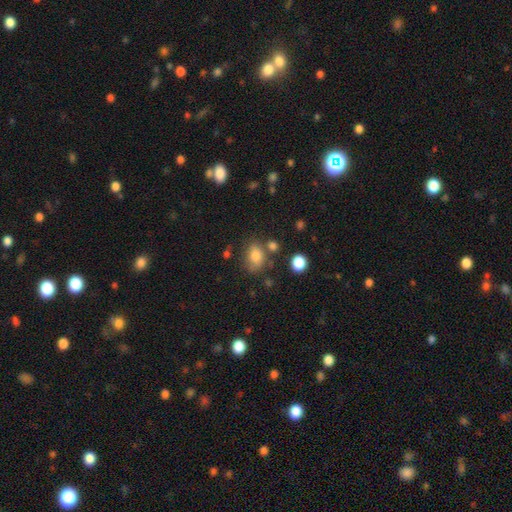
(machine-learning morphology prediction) This is likely a smooth galaxy (79%). How rounded: likely in between (68%). Merging: likely none (62%).